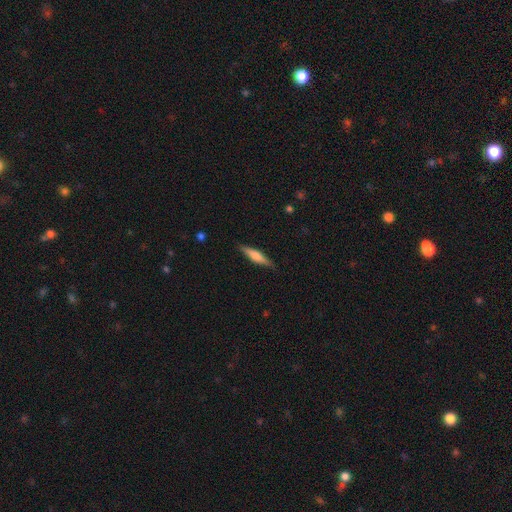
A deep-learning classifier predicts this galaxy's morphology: A smooth galaxy with no disk features (48%).

Vote fractions:
- Smooth or featured? smooth: 48% / featured or disk: 46% / star or artifact: 6%
- Merging? none: 87% / minor disturbance: 10% / major disturbance: 2% / merger: 1%